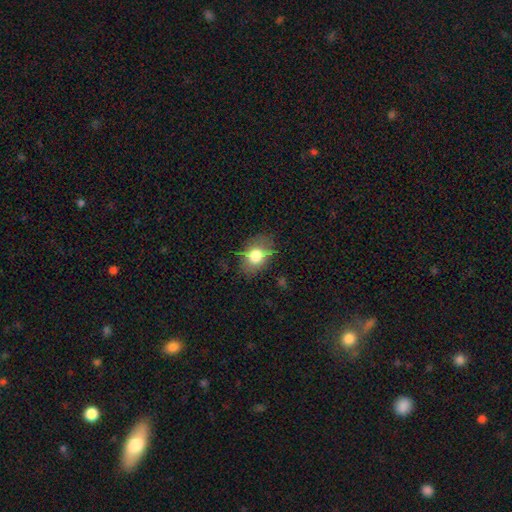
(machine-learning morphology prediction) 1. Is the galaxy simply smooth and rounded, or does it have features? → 73% smooth, 17% featured or disk, 10% star or artifact.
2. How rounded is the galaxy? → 65% in between, 33% round, 2% cigar-shaped.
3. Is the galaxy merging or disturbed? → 65% none, 24% minor disturbance, 9% major disturbance, 2% merger.